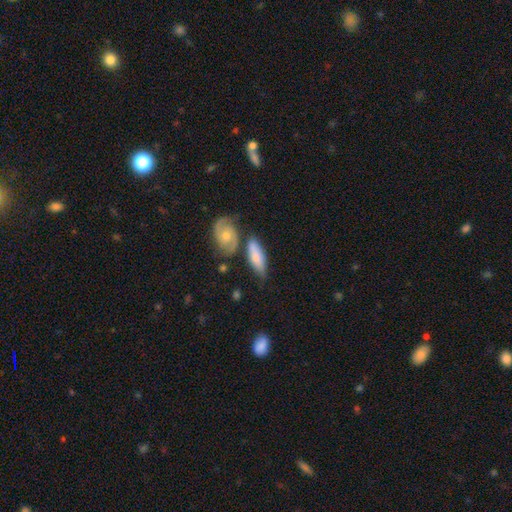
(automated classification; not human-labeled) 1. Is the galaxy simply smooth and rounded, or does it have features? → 68% smooth, 26% featured or disk, 6% star or artifact.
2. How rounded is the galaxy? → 64% in between, 32% cigar-shaped, 3% round.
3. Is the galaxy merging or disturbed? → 56% none, 19% merger, 19% minor disturbance, 5% major disturbance.